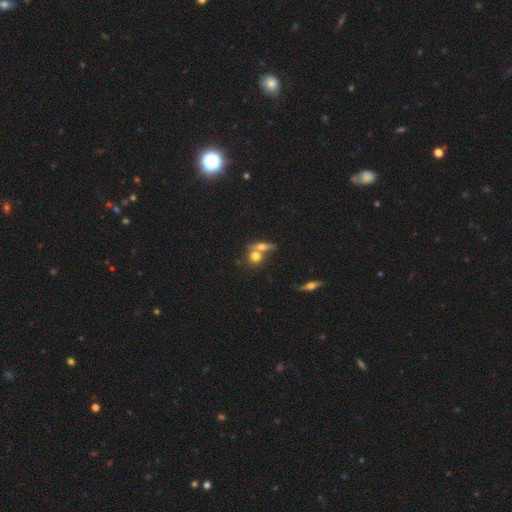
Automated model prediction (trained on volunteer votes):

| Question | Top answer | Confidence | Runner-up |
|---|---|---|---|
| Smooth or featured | smooth | 69% | featured or disk (20%) |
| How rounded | round | 66% | in between (27%) |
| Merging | merger | 47% | none (41%) |